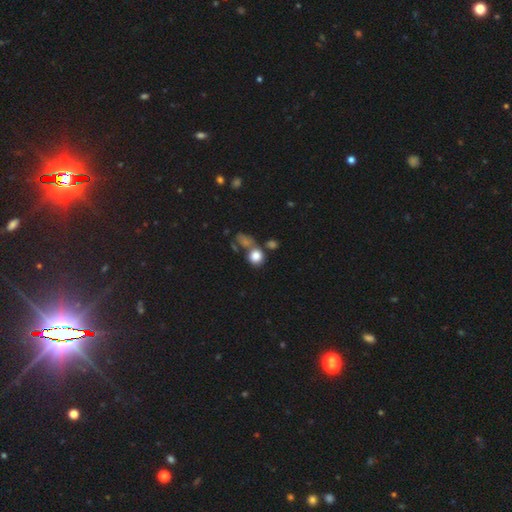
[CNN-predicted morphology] Q: Smooth or featured?
A: smooth (82%); runner-up: star or artifact (11%)
Q: How rounded?
A: round (82%); runner-up: in between (17%)
Q: Merging?
A: none (56%); runner-up: merger (27%)